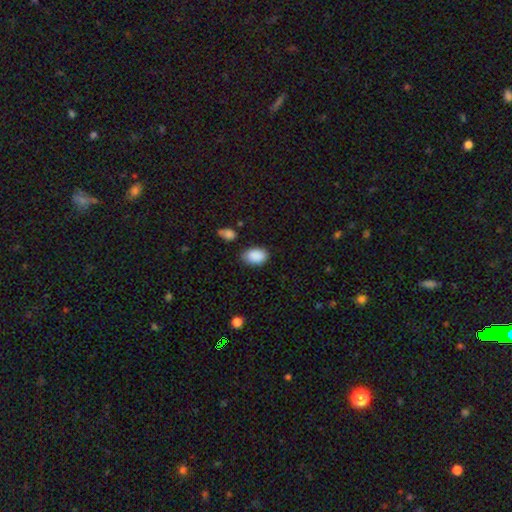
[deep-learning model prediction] smooth-or-featured: smooth: 90% | star or artifact: 7% | featured or disk: 3%
  how-rounded: in between: 87% | round: 12% | cigar-shaped: 1%
  merging: none: 79% | minor disturbance: 15% | major disturbance: 3% | merger: 3%